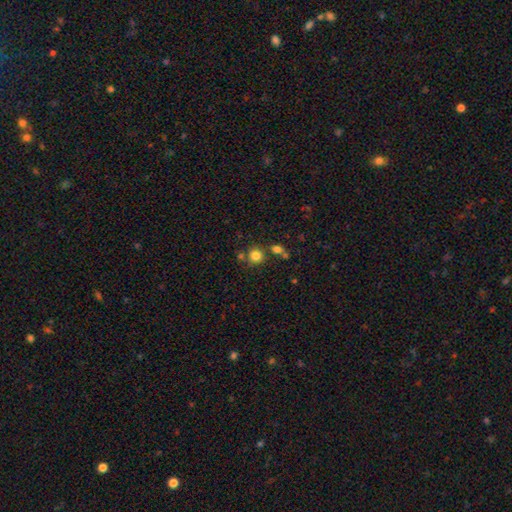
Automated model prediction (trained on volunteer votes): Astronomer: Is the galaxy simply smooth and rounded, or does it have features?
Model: smooth — 81%.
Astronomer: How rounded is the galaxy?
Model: round — 91%.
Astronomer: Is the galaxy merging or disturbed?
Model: none — 73%.